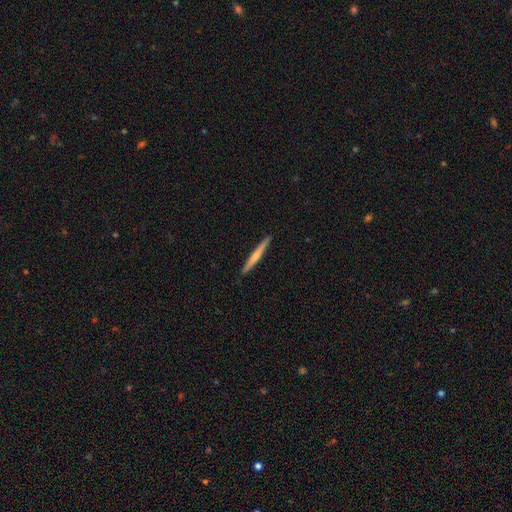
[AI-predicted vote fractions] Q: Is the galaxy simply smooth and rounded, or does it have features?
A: featured or disk — 49%.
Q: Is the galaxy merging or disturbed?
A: none — 92%.